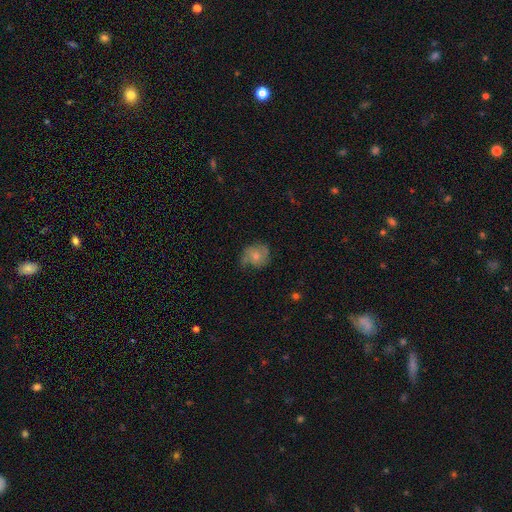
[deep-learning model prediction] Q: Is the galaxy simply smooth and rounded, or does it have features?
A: smooth — 49%.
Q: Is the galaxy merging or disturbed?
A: none — 55%.